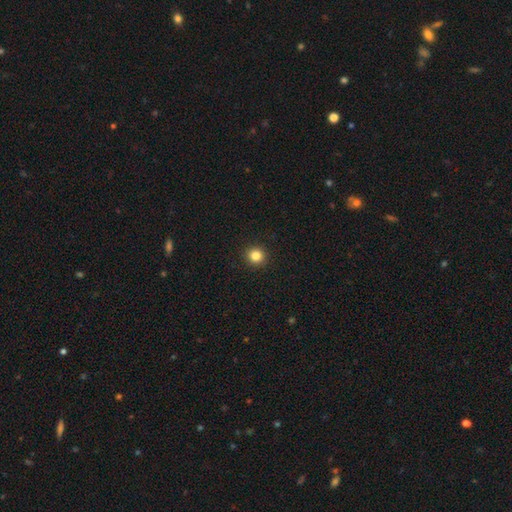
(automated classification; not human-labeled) smooth 84%, star or artifact 12%, featured or disk 5%. Down the decision tree: how rounded — round (93%); merging — none (93%).